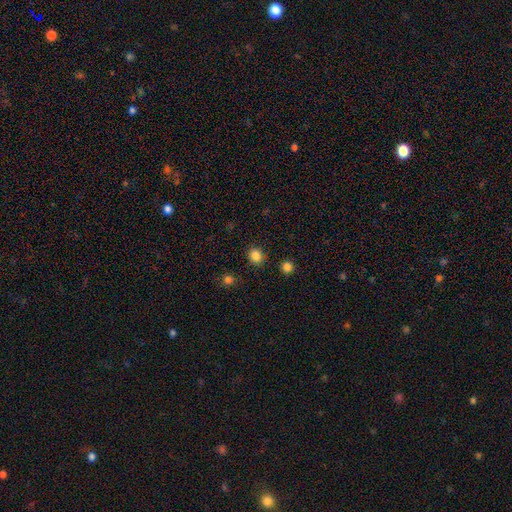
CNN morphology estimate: Smooth or featured: smooth — 84% (star or artifact — 12%)
How rounded: round — 77% (in between — 22%)
Merging: none — 88% (minor disturbance — 7%)